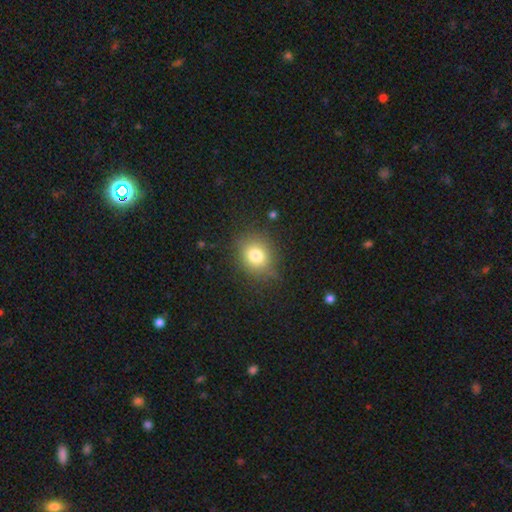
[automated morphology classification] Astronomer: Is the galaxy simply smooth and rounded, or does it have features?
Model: smooth — 78%.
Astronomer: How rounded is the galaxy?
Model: round — 67%.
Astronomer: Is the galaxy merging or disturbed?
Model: none — 80%.